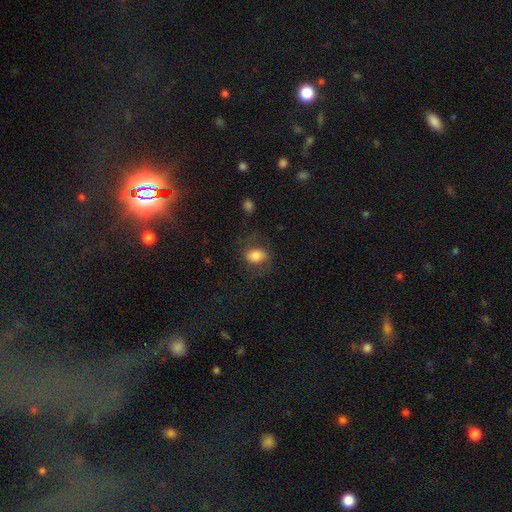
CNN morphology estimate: A smooth galaxy with no disk features (74%) that is in between round and cigar-shaped (65%).

Vote fractions:
- Smooth or featured? smooth: 74% / featured or disk: 18% / star or artifact: 9%
- How rounded? in between: 65% / round: 33% / cigar-shaped: 1%
- Merging? none: 61% / minor disturbance: 20% / major disturbance: 16% / merger: 2%